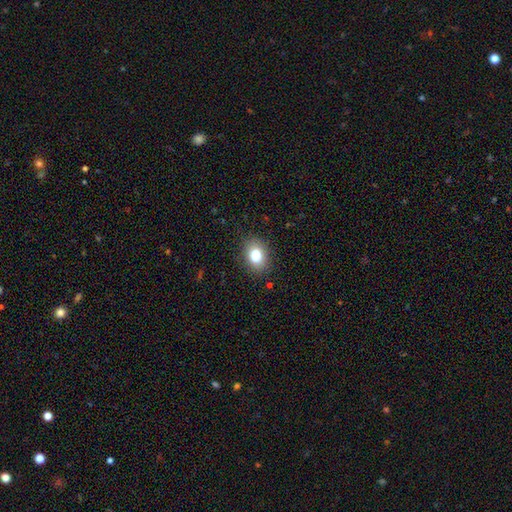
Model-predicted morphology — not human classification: smooth 80%, star or artifact 10%, featured or disk 9%. Down the decision tree: how rounded — in between (65%); merging — none (86%).